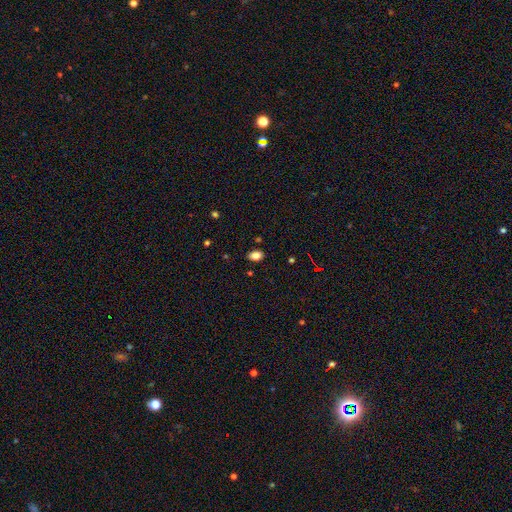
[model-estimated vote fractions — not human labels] Overall: smooth (82%). How rounded: in between (84%). Merging: none (86%).